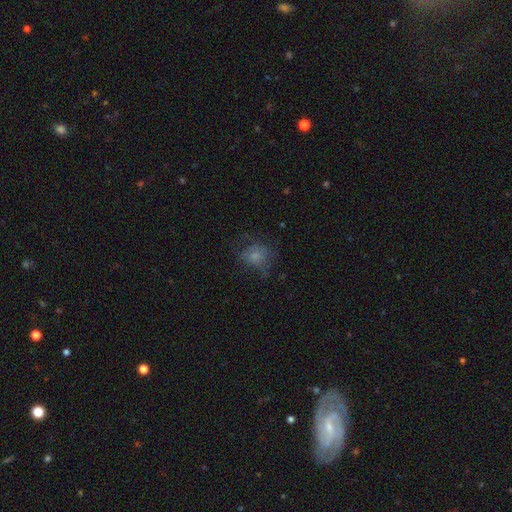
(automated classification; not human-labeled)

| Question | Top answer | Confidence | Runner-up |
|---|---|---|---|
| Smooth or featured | smooth | 60% | featured or disk (25%) |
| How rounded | round | 64% | in between (35%) |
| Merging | none | 48% | major disturbance (27%) |